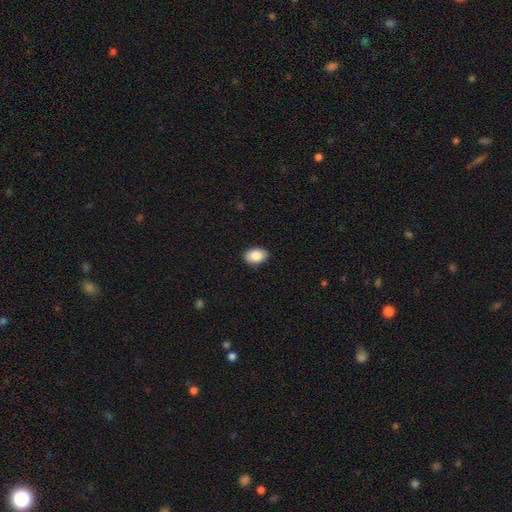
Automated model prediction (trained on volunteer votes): A smooth galaxy with no disk features (87%) that is in between round and cigar-shaped (88%).

Vote fractions:
- Smooth or featured? smooth: 87% / star or artifact: 7% / featured or disk: 6%
- How rounded? in between: 88% / round: 11% / cigar-shaped: 1%
- Merging? none: 89% / minor disturbance: 8% / major disturbance: 2% / merger: 1%